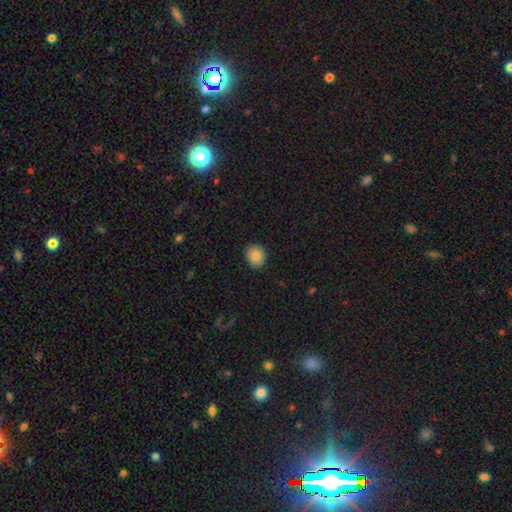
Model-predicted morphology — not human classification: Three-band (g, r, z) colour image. It shows a smooth galaxy with no disk features (86%) that is round (65%). Merging: none (84%).